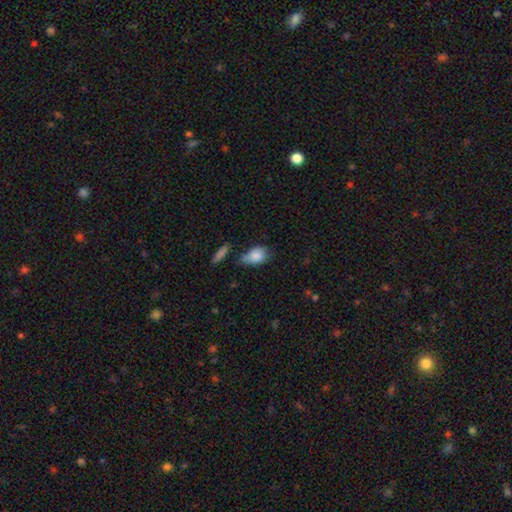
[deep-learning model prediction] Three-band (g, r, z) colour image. It shows a smooth galaxy with no disk features (83%) that is in between round and cigar-shaped (82%). Merging: none (45%).